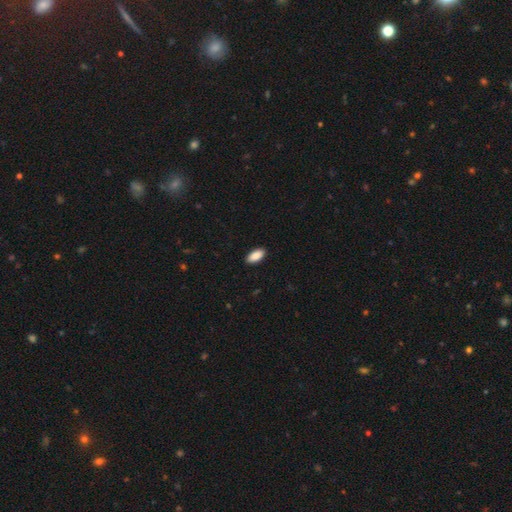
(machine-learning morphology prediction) smooth_or_featured: smooth (p=0.90) [alt: star or artifact p=0.06]
how_rounded: in between (p=0.91) [alt: cigar-shaped p=0.07]
merging: none (p=0.90) [alt: minor disturbance p=0.07]